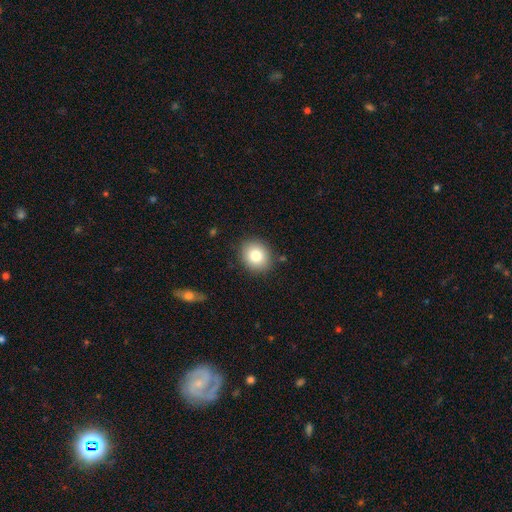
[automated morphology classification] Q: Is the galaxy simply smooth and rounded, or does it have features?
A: smooth — 82%.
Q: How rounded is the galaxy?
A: round — 70%.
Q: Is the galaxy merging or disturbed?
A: none — 88%.